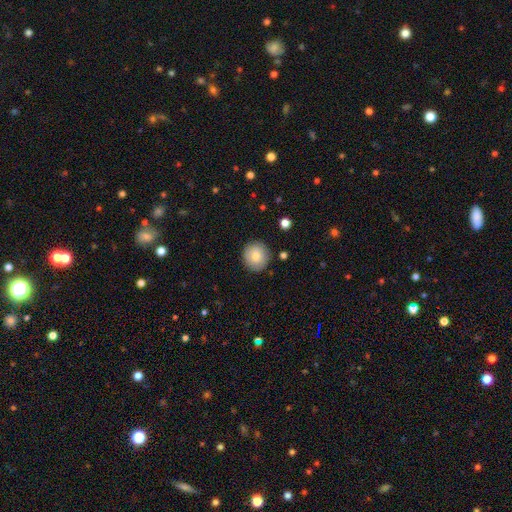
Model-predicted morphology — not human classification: Smooth or featured? smooth (80%)
How rounded? round (92%)
Merging? none (88%)